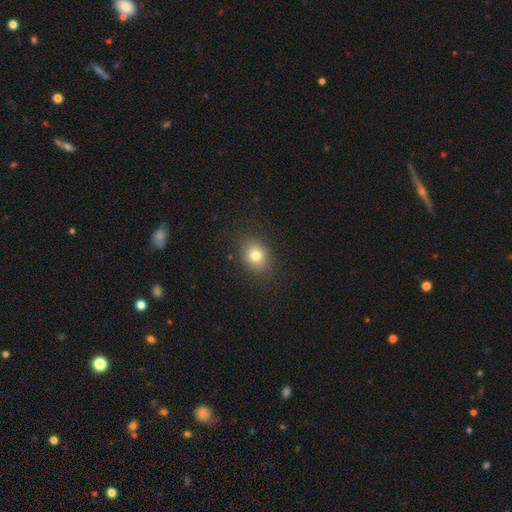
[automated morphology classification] smooth-or-featured: smooth: 78% | star or artifact: 13% | featured or disk: 9%
  how-rounded: round: 54% | in between: 45% | cigar-shaped: 1%
  merging: none: 86% | minor disturbance: 10% | major disturbance: 3% | merger: 1%